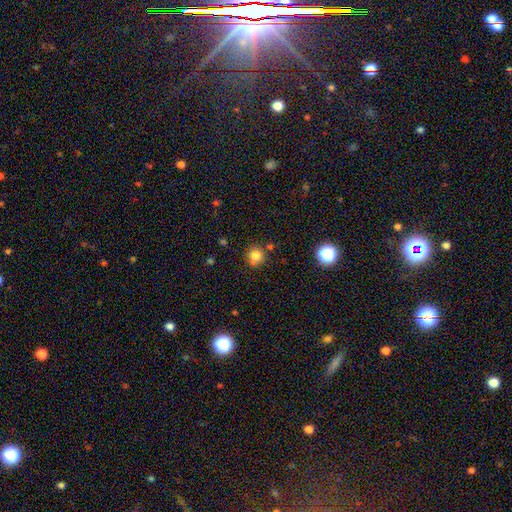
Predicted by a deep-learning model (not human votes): Smooth or featured: smooth — 78% (star or artifact — 14%)
How rounded: round — 87% (in between — 12%)
Merging: none — 72% (minor disturbance — 15%)